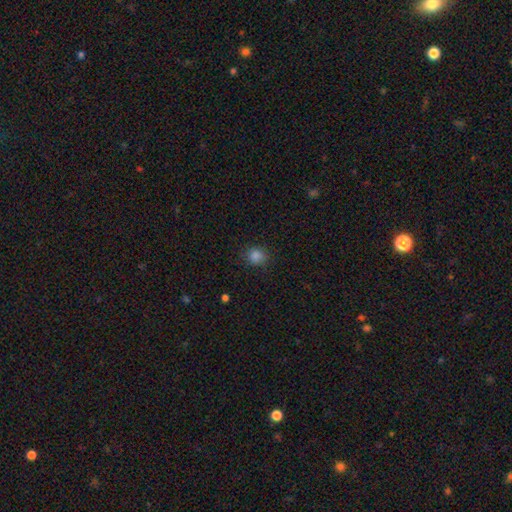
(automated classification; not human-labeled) Smooth or featured?
  - smooth: 84% *
  - star or artifact: 13%
  - featured or disk: 3%
How rounded?
  - round: 81% *
  - in between: 18%
  - cigar-shaped: 1%
Merging?
  - none: 85% *
  - minor disturbance: 10%
  - major disturbance: 3%
  - merger: 1%